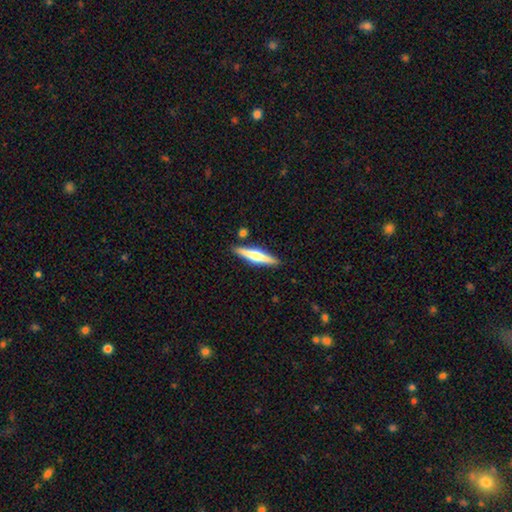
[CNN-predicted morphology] Q: Smooth or featured?
A: featured or disk (56%); runner-up: smooth (39%)
Q: Edge-on disk?
A: yes (96%); runner-up: no (4%)
Q: Edge-on bulge?
A: rounded (87%); runner-up: none (7%)
Q: Merging?
A: none (87%); runner-up: minor disturbance (8%)